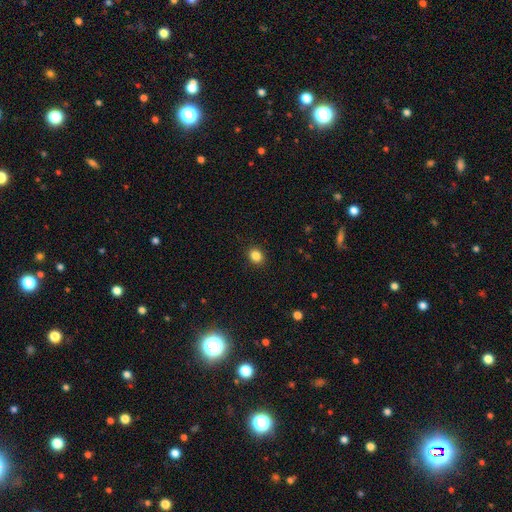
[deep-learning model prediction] This appears to be a smooth galaxy with no disk features (85%) that is round (63%). Merging: none (91%).